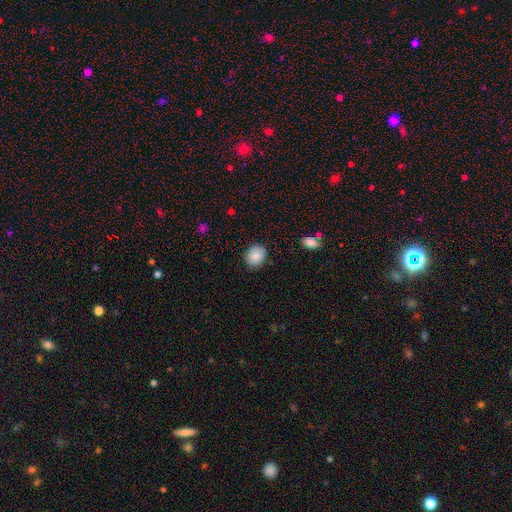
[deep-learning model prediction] Q: Smooth or featured?
A: smooth (86%); runner-up: star or artifact (8%)
Q: How rounded?
A: round (67%); runner-up: in between (32%)
Q: Merging?
A: none (83%); runner-up: minor disturbance (13%)